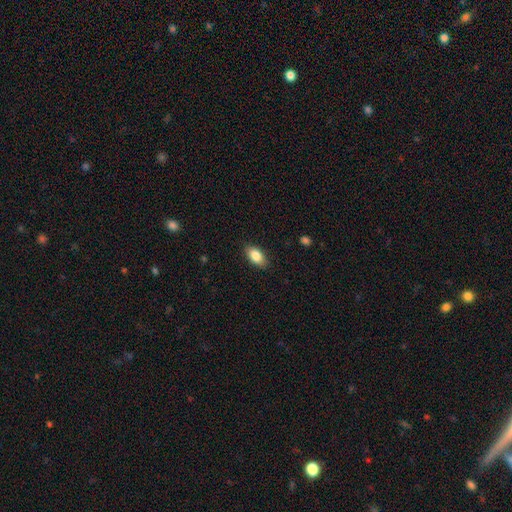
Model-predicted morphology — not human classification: Smooth or featured?
  - smooth: 86% *
  - star or artifact: 7%
  - featured or disk: 7%
How rounded?
  - in between: 92% *
  - round: 5%
  - cigar-shaped: 3%
Merging?
  - none: 87% *
  - minor disturbance: 10%
  - major disturbance: 2%
  - merger: 1%